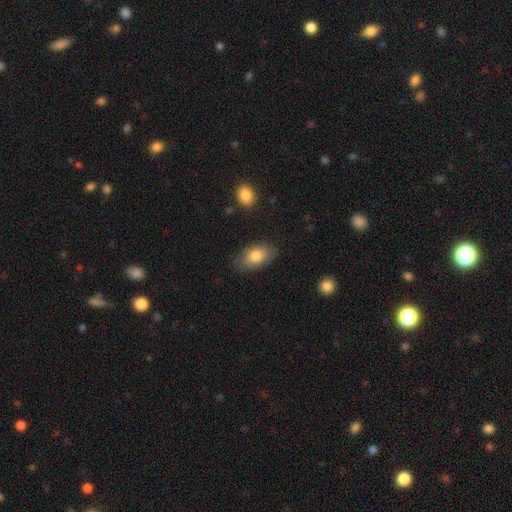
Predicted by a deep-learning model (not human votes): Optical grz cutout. It shows a smooth galaxy with no disk features (80%) that is in between round and cigar-shaped (91%). Merging: none (77%).